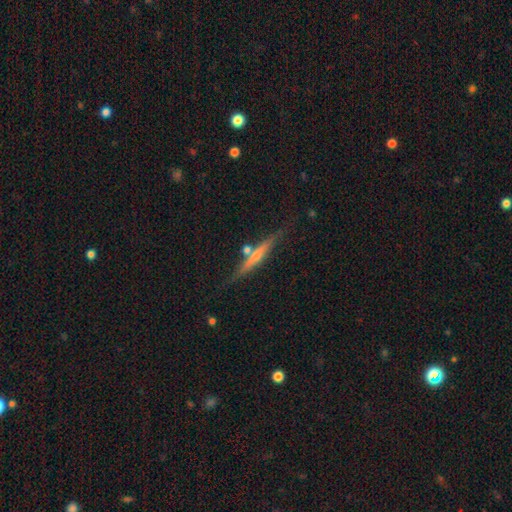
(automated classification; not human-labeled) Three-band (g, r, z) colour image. It shows a featured or disk galaxy (63%) viewed edge-on (96%) with a rounded central bulge (59%). Merging: none (77%).